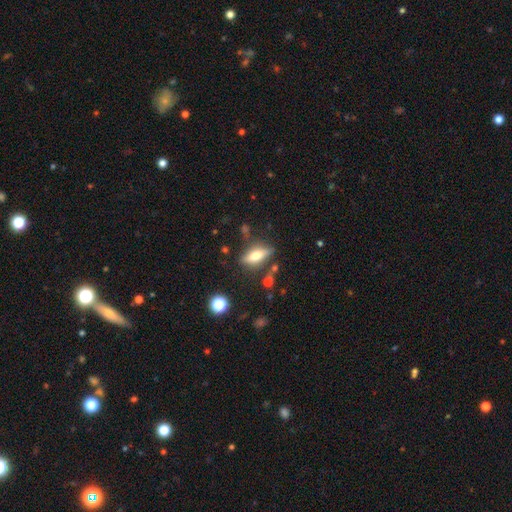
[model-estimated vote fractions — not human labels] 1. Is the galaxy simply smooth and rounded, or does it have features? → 53% smooth, 38% featured or disk, 9% star or artifact.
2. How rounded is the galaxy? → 61% in between, 35% cigar-shaped, 4% round.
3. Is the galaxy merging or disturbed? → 72% none, 16% minor disturbance, 7% merger, 5% major disturbance.